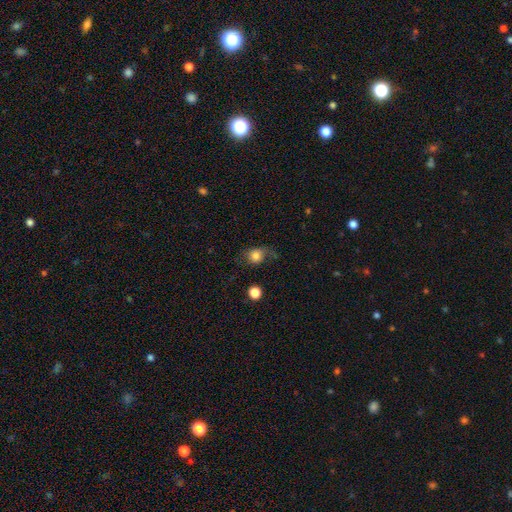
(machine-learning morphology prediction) A smooth galaxy with no disk features (76%) that is round (67%). Merging: none (51%).